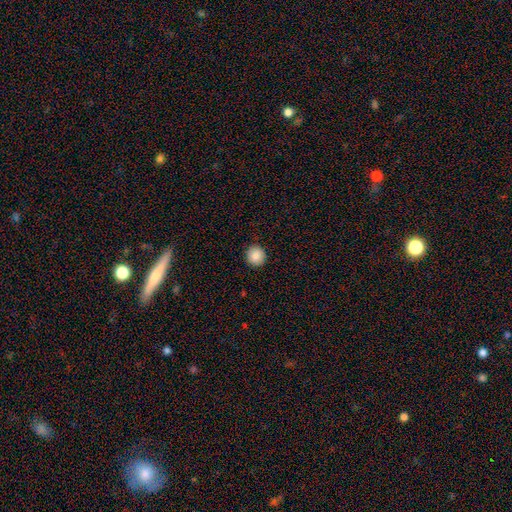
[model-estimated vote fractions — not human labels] Smooth or featured: smooth — 87% (star or artifact — 8%)
How rounded: round — 92% (in between — 7%)
Merging: none — 92% (minor disturbance — 5%)